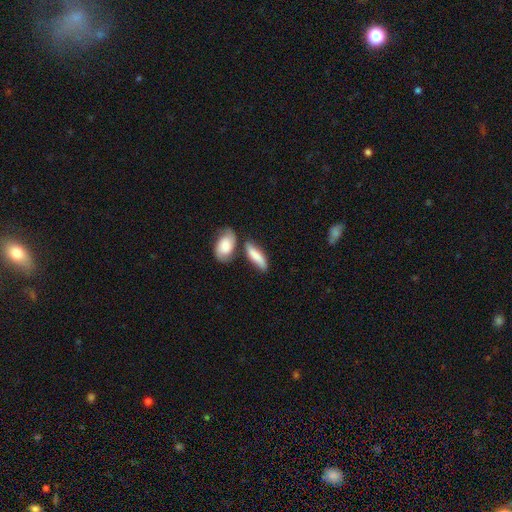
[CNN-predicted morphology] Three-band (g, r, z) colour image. It shows a smooth galaxy with no disk features (72%) that is in between round and cigar-shaped (54%). Merging: none (55%).